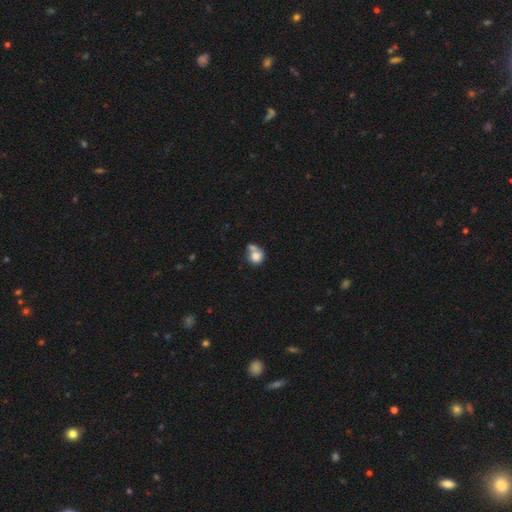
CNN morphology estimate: smooth 77%, featured or disk 14%, star or artifact 9%. Down the decision tree: how rounded — round (76%); merging — merger (47%).